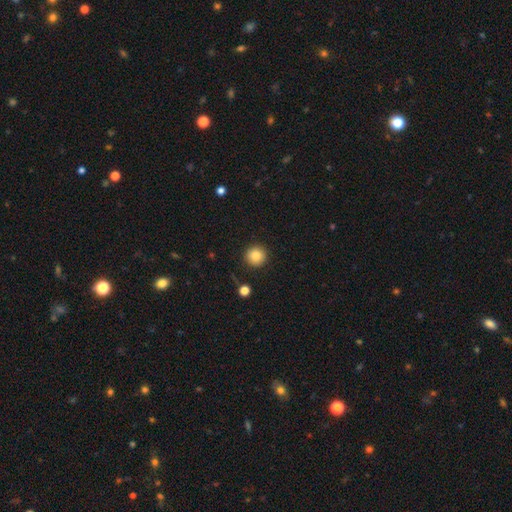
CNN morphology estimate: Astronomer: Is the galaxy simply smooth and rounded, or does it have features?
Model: smooth — 85%.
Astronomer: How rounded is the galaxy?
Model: round — 94%.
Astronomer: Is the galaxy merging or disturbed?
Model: none — 90%.